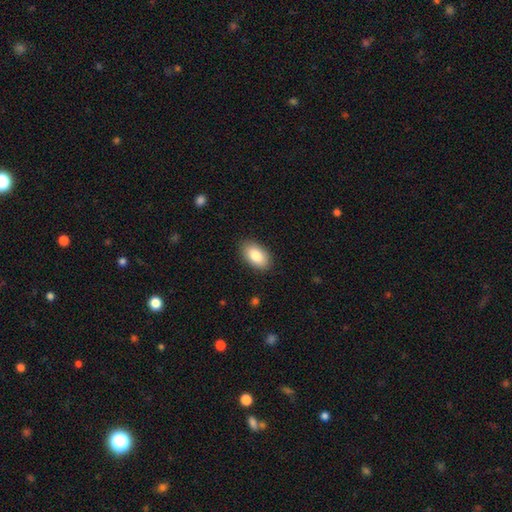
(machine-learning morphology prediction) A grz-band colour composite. It shows a smooth galaxy with no disk features (84%) that is in between round and cigar-shaped (94%). Merging: none (88%).